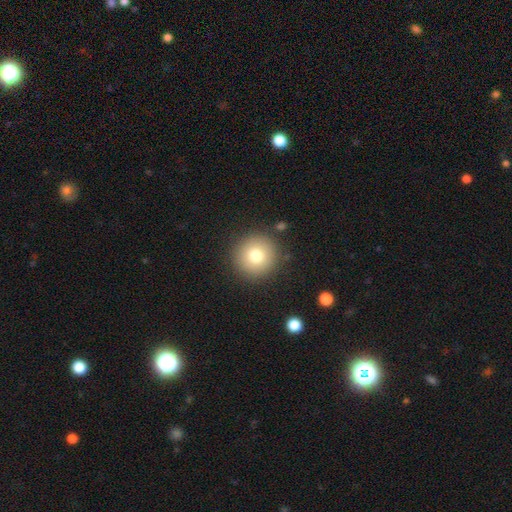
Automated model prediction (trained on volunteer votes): This appears to be a smooth galaxy with no disk features (78%) that is round (95%). Merging: none (88%).